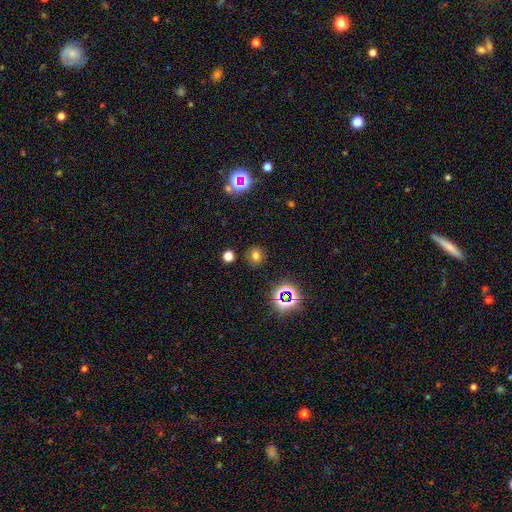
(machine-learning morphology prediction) Overall: smooth (65%). How rounded: round (82%). Merging: none (85%).